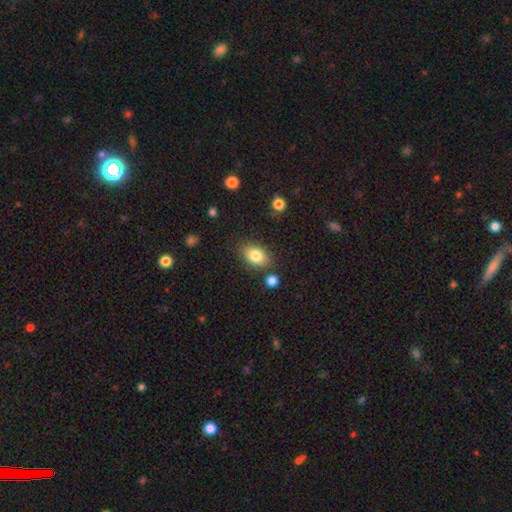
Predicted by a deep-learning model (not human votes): smooth_or_featured: smooth (p=0.82) [alt: featured or disk p=0.10]
how_rounded: in between (p=0.84) [alt: round p=0.14]
merging: none (p=0.79) [alt: minor disturbance p=0.12]